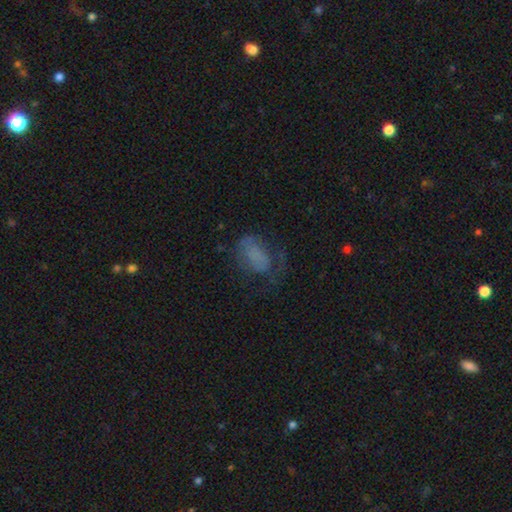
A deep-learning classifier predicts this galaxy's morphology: A smooth galaxy with no disk features (52%) that is in between round and cigar-shaped (85%).

Vote fractions:
- Smooth or featured? smooth: 52% / featured or disk: 32% / star or artifact: 16%
- How rounded? in between: 85% / round: 13% / cigar-shaped: 2%
- Merging? none: 40% / major disturbance: 35% / minor disturbance: 23% / merger: 3%